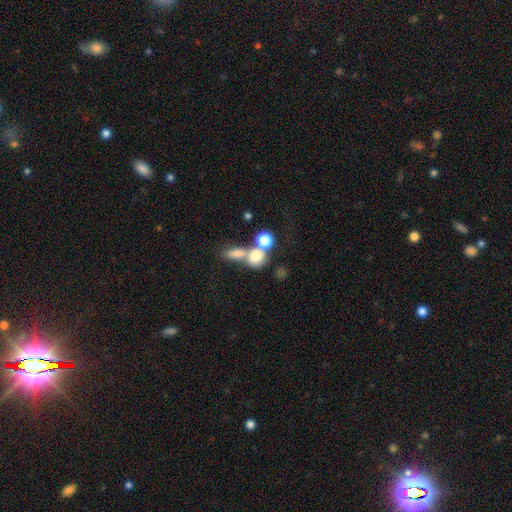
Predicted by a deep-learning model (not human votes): A smooth galaxy with no disk features (73%) that is round (56%).

Vote fractions:
- Smooth or featured? smooth: 73% / featured or disk: 15% / star or artifact: 12%
- How rounded? round: 56% / in between: 40% / cigar-shaped: 4%
- Merging? merger: 55% / none: 31% / minor disturbance: 8% / major disturbance: 6%